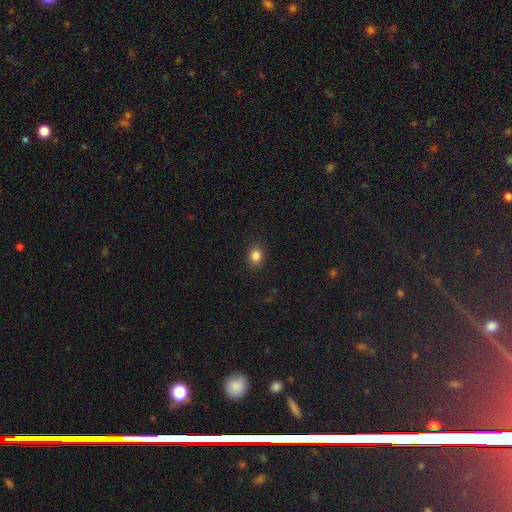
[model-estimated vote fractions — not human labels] This appears to be a smooth galaxy with no disk features (84%) that is round (57%). Merging: none (90%).